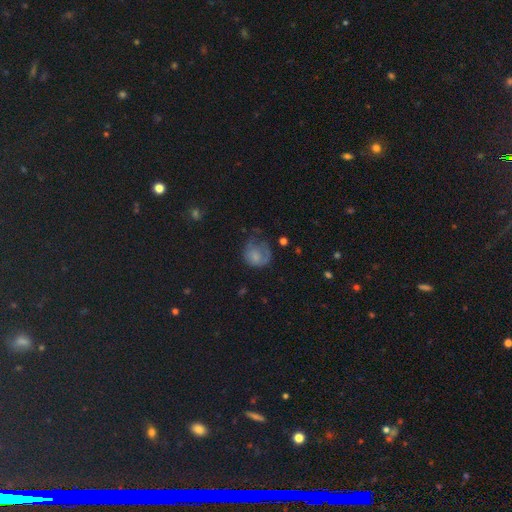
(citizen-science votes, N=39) Volunteers were most divided on "merging": none: 47%, minor disturbance: 29%, major disturbance: 21%, merger: 3%. More confident: how rounded — round (74%); smooth or featured — smooth (59%).